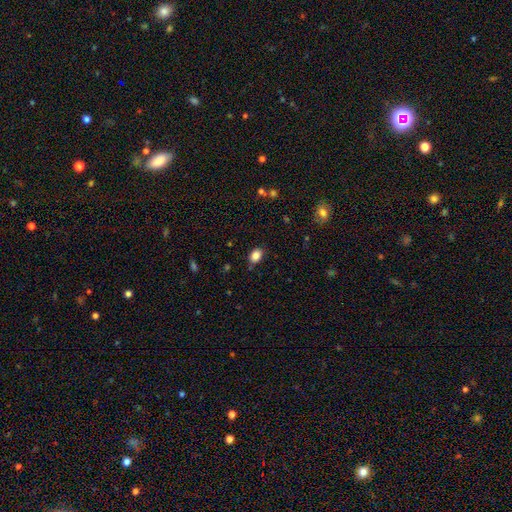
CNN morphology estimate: A smooth galaxy with no disk features (85%) that is in between round and cigar-shaped (74%). Merging: none (82%).